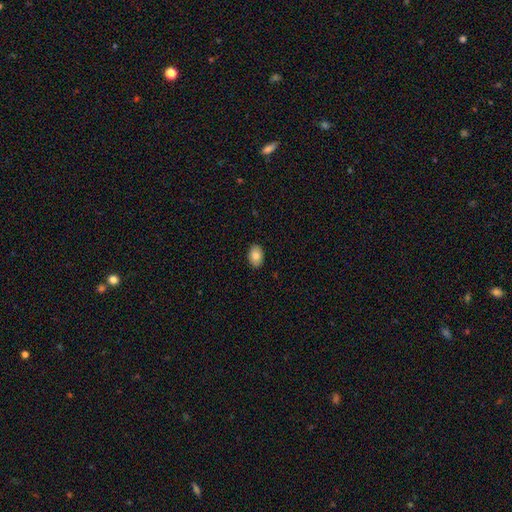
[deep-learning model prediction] smooth 81%, featured or disk 12%, star or artifact 7%. Down the decision tree: how rounded — in between (85%); merging — none (90%).